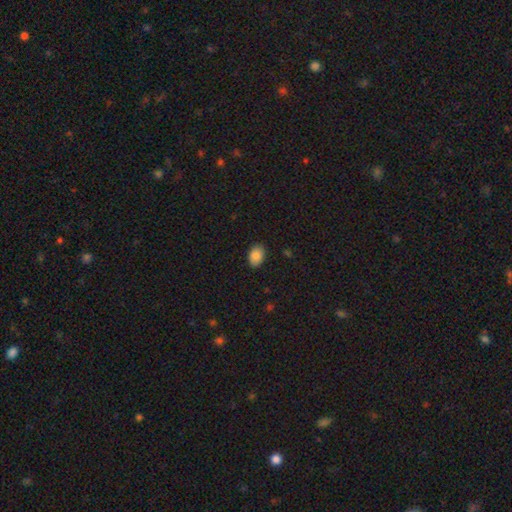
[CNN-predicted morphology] type=smooth (87%); roundness=in between (83%); merging=none (87%).